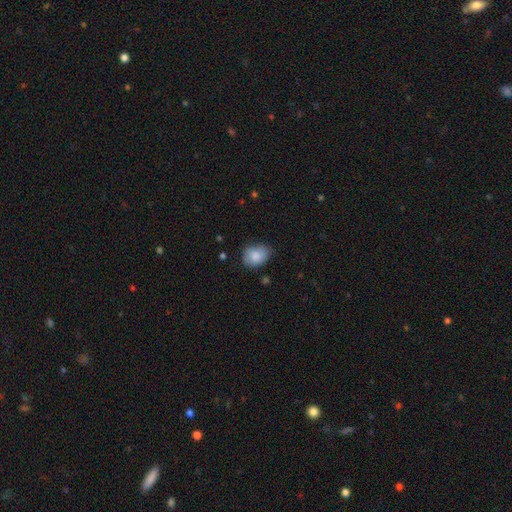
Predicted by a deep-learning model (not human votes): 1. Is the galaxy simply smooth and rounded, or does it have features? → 81% smooth, 11% featured or disk, 7% star or artifact.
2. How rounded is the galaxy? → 62% in between, 37% round, 1% cigar-shaped.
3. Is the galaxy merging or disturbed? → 62% none, 29% minor disturbance, 6% major disturbance, 2% merger.